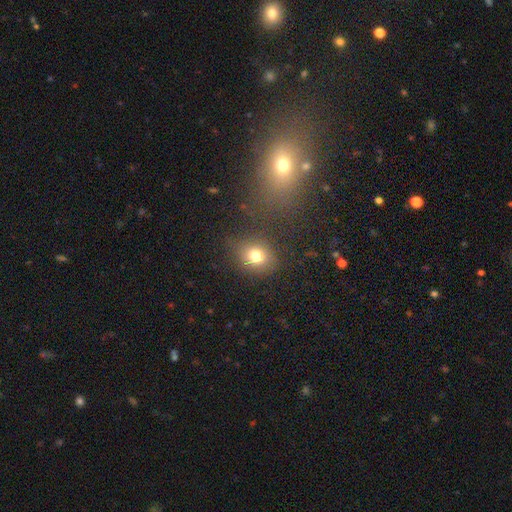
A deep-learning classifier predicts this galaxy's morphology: smooth-or-featured: smooth: 77% | star or artifact: 14% | featured or disk: 9%
  how-rounded: round: 67% | in between: 32% | cigar-shaped: 1%
  merging: none: 79% | minor disturbance: 12% | major disturbance: 5% | merger: 4%